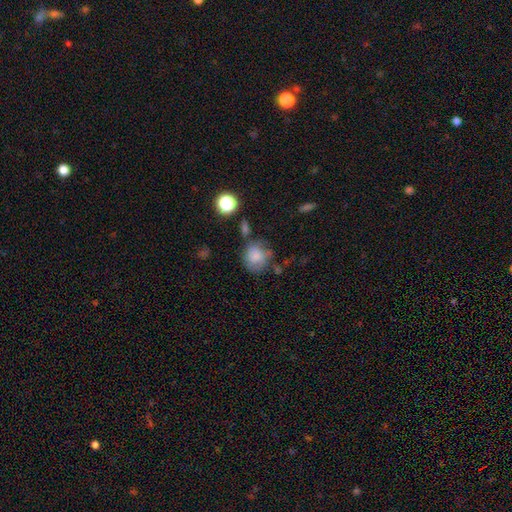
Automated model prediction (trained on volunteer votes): Smooth or featured: smooth — 74% (featured or disk — 16%)
How rounded: round — 72% (in between — 27%)
Merging: none — 54% (minor disturbance — 25%)